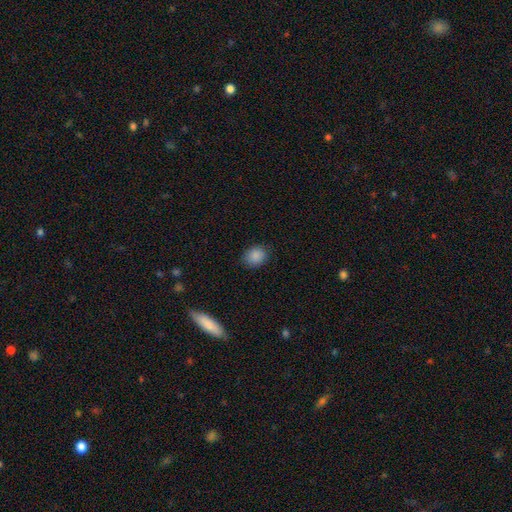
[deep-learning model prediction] Morphology: type=smooth (87%); roundness=round (54%); merging=none (84%).